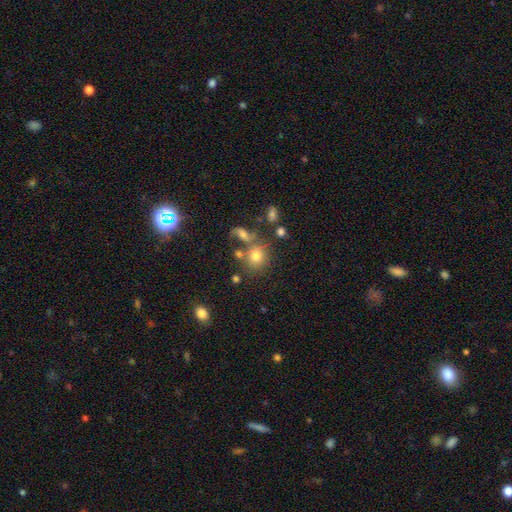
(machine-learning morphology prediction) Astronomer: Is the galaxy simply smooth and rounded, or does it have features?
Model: smooth — 71%.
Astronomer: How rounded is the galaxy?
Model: round — 76%.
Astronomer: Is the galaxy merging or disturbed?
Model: none — 58%.